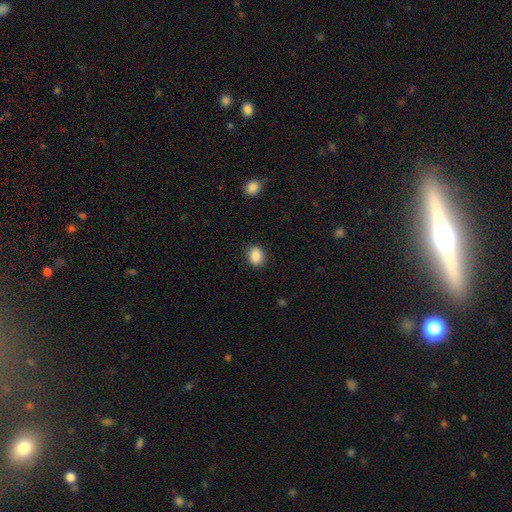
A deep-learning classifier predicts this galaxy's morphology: Q: Smooth or featured?
A: smooth (88%); runner-up: star or artifact (8%)
Q: How rounded?
A: in between (56%); runner-up: round (43%)
Q: Merging?
A: none (88%); runner-up: minor disturbance (8%)